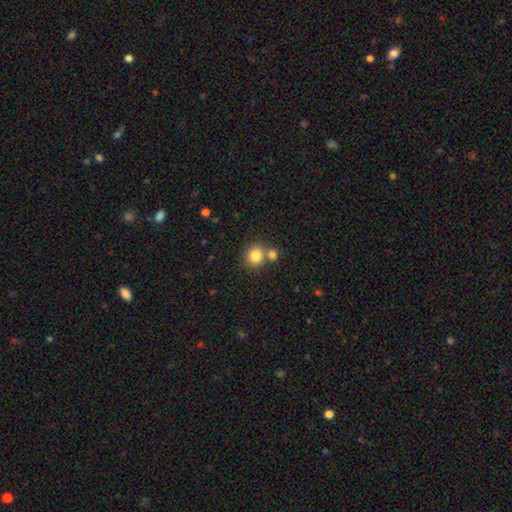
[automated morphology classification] Smooth or featured? smooth (84%)
How rounded? round (78%)
Merging? none (57%)